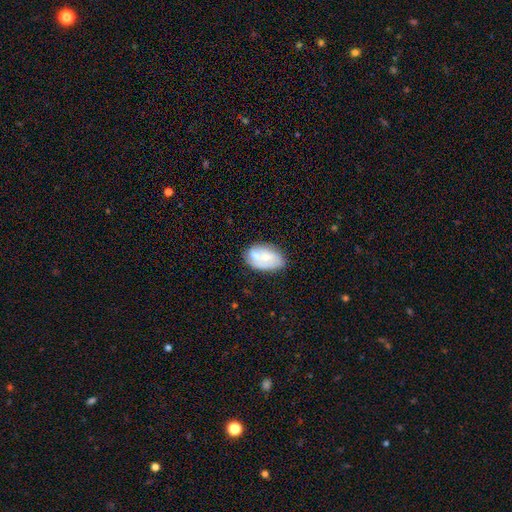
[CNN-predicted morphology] The model was most divided on "smooth or featured": smooth: 55%, featured or disk: 38%, star or artifact: 7%. Remaining: how rounded — in between (90%); merging — none (48%).